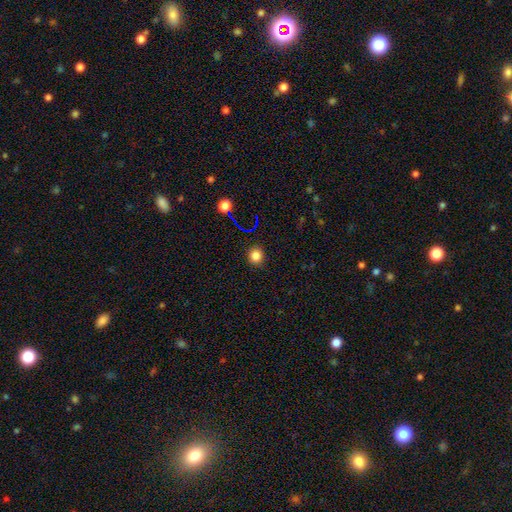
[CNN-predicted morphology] A smooth galaxy with no disk features (80%) that is round (85%).

Vote fractions:
- Smooth or featured? smooth: 80% / star or artifact: 15% / featured or disk: 5%
- How rounded? round: 85% / in between: 14% / cigar-shaped: 1%
- Merging? none: 89% / minor disturbance: 7% / major disturbance: 3% / merger: 1%